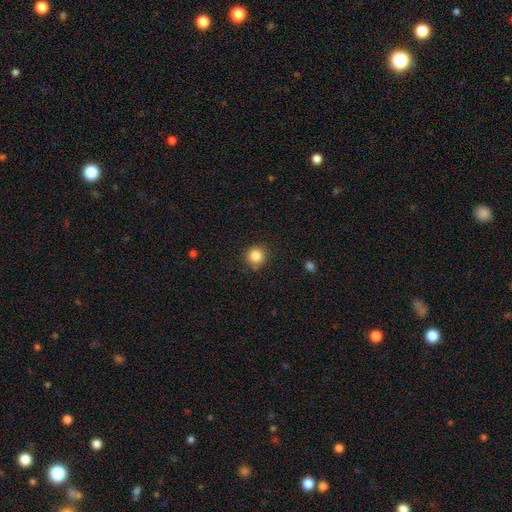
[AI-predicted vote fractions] This appears to be a smooth galaxy with no disk features (85%) that is round (92%). Merging: none (86%).